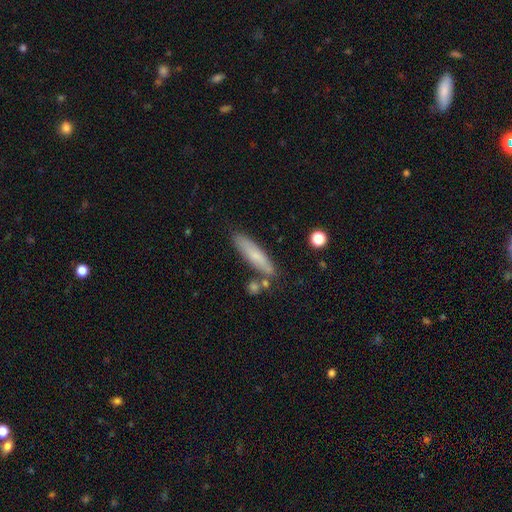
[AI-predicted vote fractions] This is likely a smooth galaxy (69%). How rounded: clearly cigar-shaped (82%). Merging: likely none (77%).